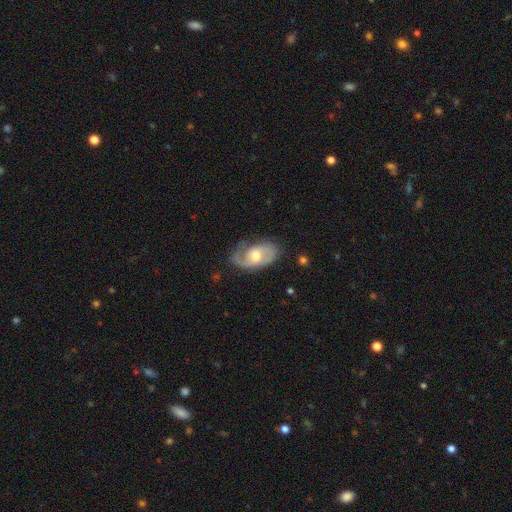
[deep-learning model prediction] A featured or disk galaxy (72%) with no bar (64%), 2 (50%) medium (42%) spiral arms (88%) and a moderate central bulge (67%). Merging: none (58%).